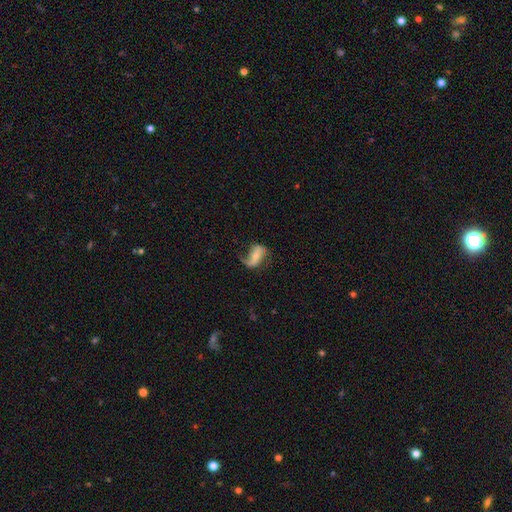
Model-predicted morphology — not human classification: This is likely a featured or disk galaxy (63%). It is clearly not viewed edge-on (94%). Bar: marginally strong (36%). Spiral arm pattern: clearly yes (86%). Spiral arm count: likely 2 (61%). Spiral winding: likely loose (69%). Central bulge: possibly small (51%). Merging: possibly none (47%).